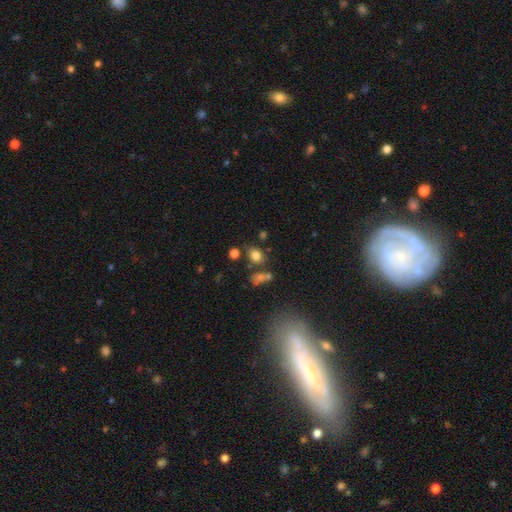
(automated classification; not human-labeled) The model was most divided on "how rounded": in between: 60%, round: 38%, cigar-shaped: 2%. More confident: smooth or featured — smooth (77%); merging — none (68%).